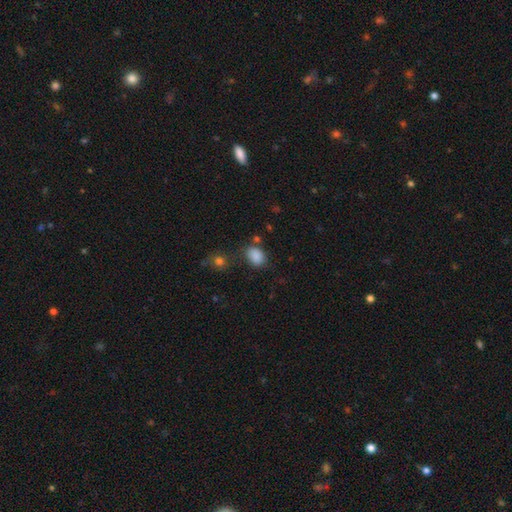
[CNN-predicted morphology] type=smooth (85%); roundness=in between (71%); merging=none (68%).